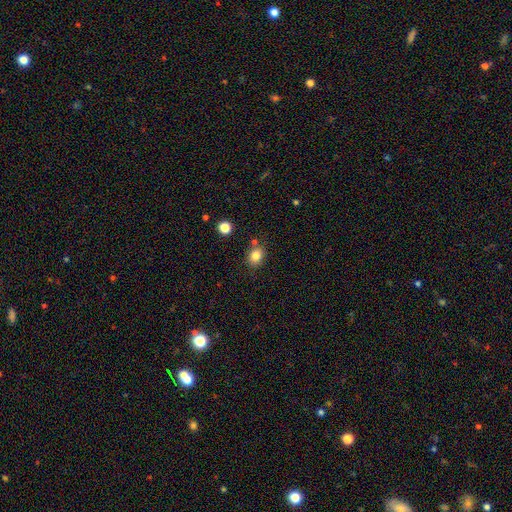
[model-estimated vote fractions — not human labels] A smooth galaxy with no disk features (83%) that is in between round and cigar-shaped (55%). Merging: none (78%).